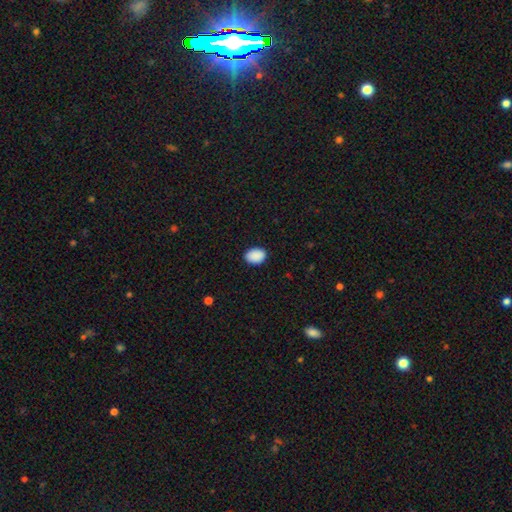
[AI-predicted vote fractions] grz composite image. It shows a smooth galaxy with no disk features (91%) that is in between round and cigar-shaped (78%). Merging: none (88%).